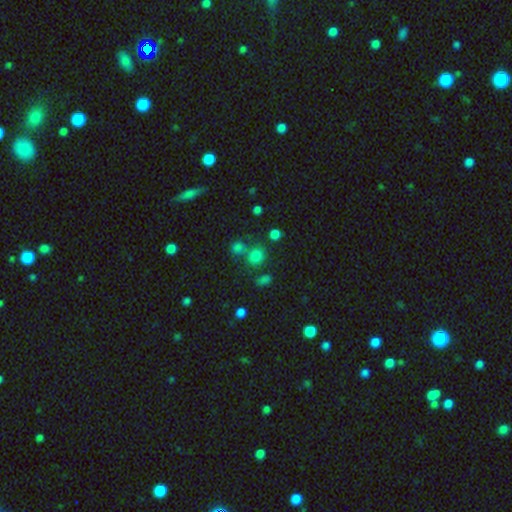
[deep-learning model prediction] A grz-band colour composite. It shows a smooth galaxy with no disk features (72%) that is round (75%). Merging: none (60%).